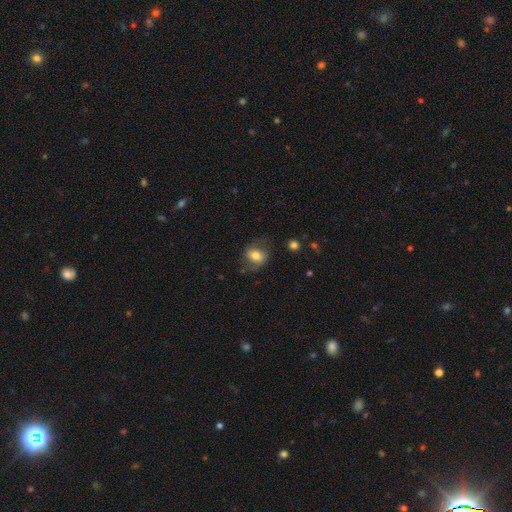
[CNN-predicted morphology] smooth-or-featured: smooth: 63% | featured or disk: 28% | star or artifact: 8%
  how-rounded: in between: 64% | round: 35% | cigar-shaped: 2%
  merging: none: 61% | minor disturbance: 24% | major disturbance: 14% | merger: 2%